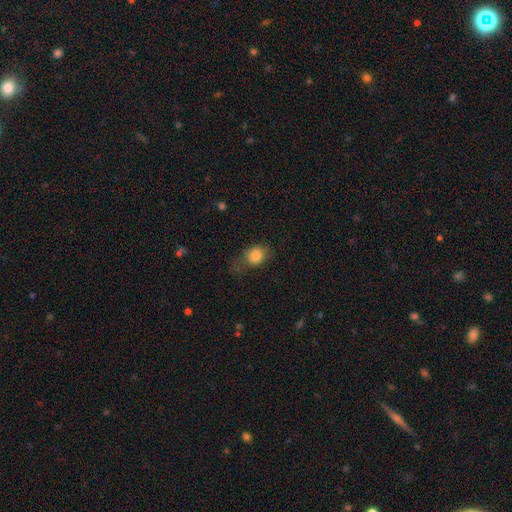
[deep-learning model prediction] Smooth or featured? Predicted: smooth (p=0.82). How rounded? Predicted: in between (p=0.52). Merging? Predicted: none (p=0.46).